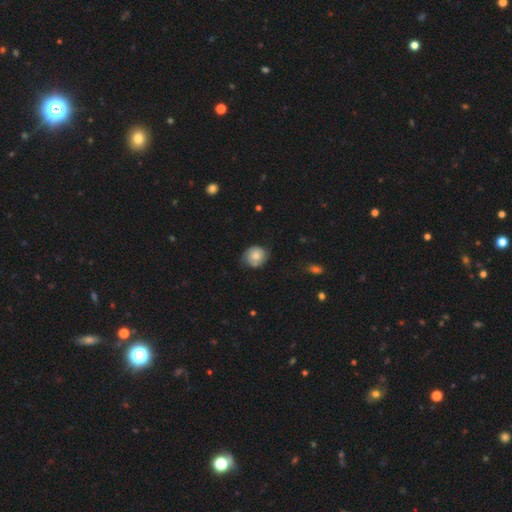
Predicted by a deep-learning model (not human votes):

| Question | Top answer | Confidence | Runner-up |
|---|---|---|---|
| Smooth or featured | smooth | 59% | featured or disk (34%) |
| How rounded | round | 73% | in between (26%) |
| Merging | none | 68% | minor disturbance (25%) |